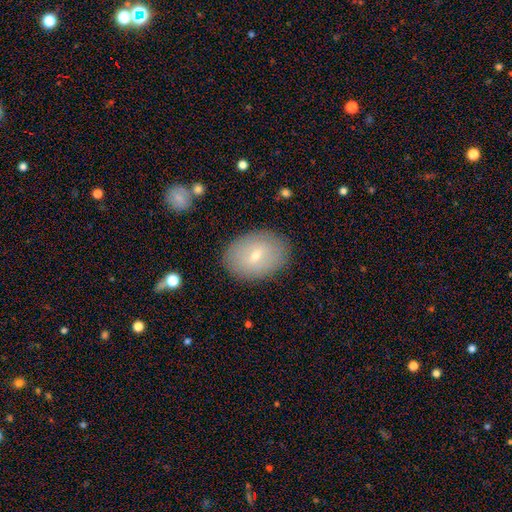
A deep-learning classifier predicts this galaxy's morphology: smooth_or_featured: smooth (p=0.61) [alt: featured or disk p=0.31]
how_rounded: in between (p=0.79) [alt: round p=0.19]
merging: none (p=0.86) [alt: minor disturbance p=0.10]